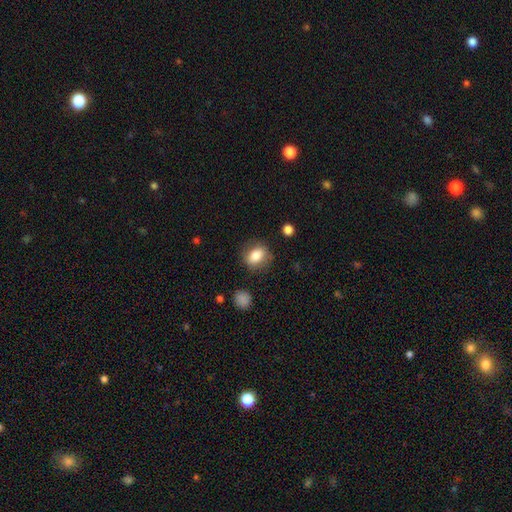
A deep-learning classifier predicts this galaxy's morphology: Overall: smooth (79%). How rounded: in between (63%; round 34%). Merging: none (79%).